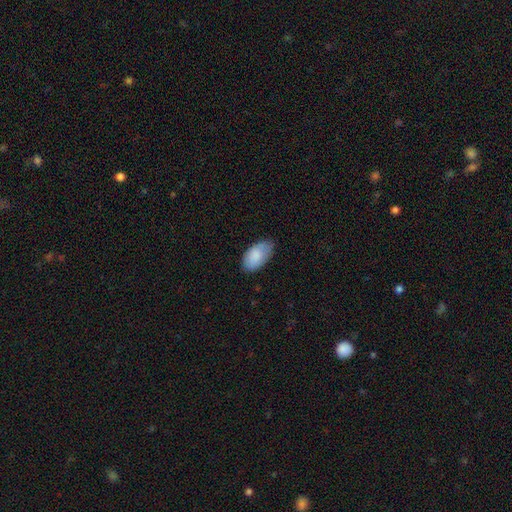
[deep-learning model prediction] Q: Smooth or featured?
A: smooth (86%); runner-up: featured or disk (9%)
Q: How rounded?
A: in between (95%); runner-up: round (3%)
Q: Merging?
A: none (67%); runner-up: minor disturbance (27%)